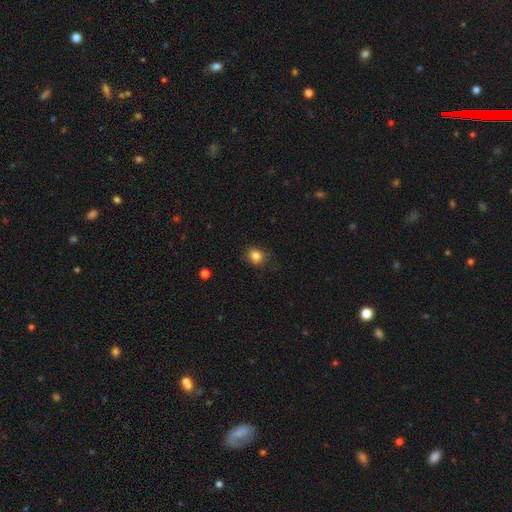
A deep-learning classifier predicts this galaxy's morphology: type=smooth (84%); roundness=round (71%); merging=none (83%).